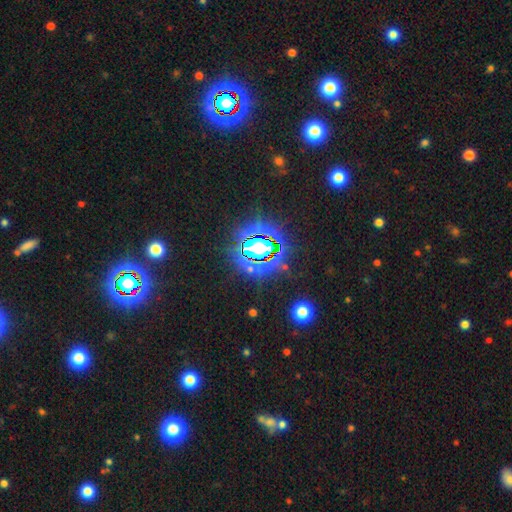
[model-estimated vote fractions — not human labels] smooth_or_featured: star or artifact (p=0.83) [alt: smooth p=0.10]